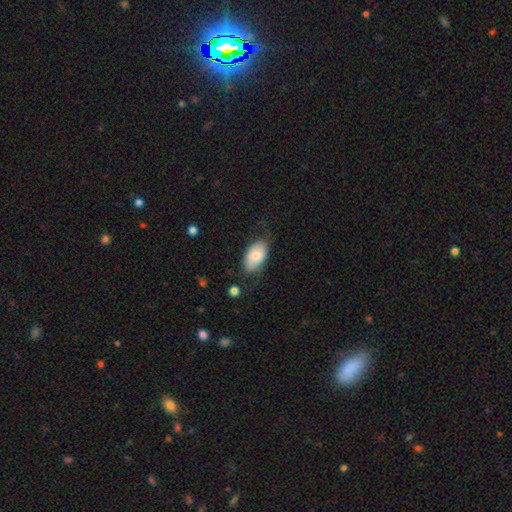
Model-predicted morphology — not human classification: A smooth galaxy with no disk features (76%) that is in between round and cigar-shaped (94%). Merging: none (67%).